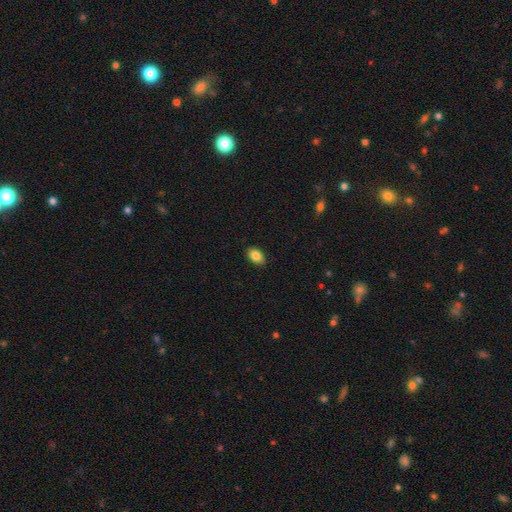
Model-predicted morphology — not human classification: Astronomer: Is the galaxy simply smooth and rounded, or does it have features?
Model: smooth — 85%.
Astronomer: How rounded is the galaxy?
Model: in between — 87%.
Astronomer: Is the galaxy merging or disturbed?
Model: none — 89%.